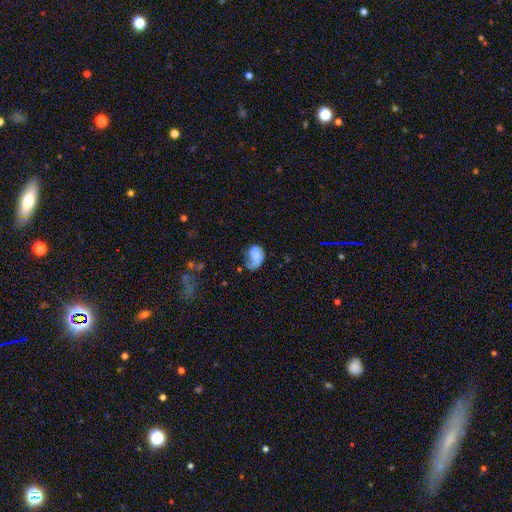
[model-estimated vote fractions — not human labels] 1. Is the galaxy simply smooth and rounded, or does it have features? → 57% smooth, 35% featured or disk, 9% star or artifact.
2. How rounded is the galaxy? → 73% in between, 26% round, 1% cigar-shaped.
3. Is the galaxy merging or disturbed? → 34% none, 32% minor disturbance, 28% major disturbance, 7% merger.